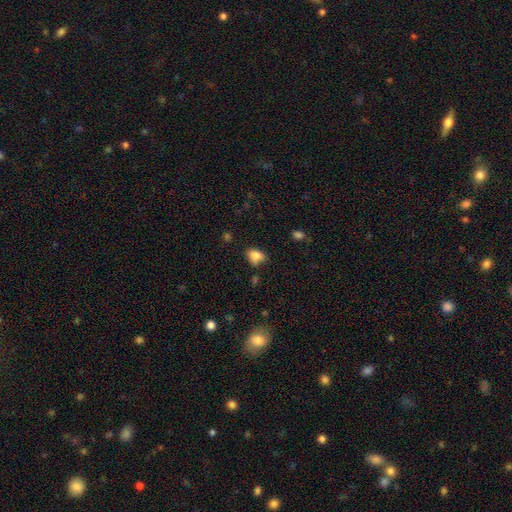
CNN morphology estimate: A smooth galaxy with no disk features (83%) that is in between round and cigar-shaped (70%).

Vote fractions:
- Smooth or featured? smooth: 83% / star or artifact: 10% / featured or disk: 7%
- How rounded? in between: 70% / round: 29% / cigar-shaped: 1%
- Merging? none: 54% / minor disturbance: 31% / major disturbance: 8% / merger: 6%